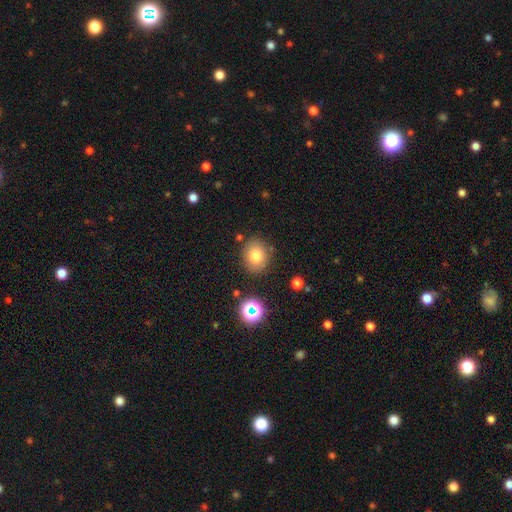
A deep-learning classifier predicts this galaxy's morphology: Smooth or featured?
  - smooth: 77% *
  - star or artifact: 13%
  - featured or disk: 10%
How rounded?
  - round: 63% *
  - in between: 36%
  - cigar-shaped: 1%
Merging?
  - none: 82% *
  - minor disturbance: 11%
  - merger: 4%
  - major disturbance: 3%